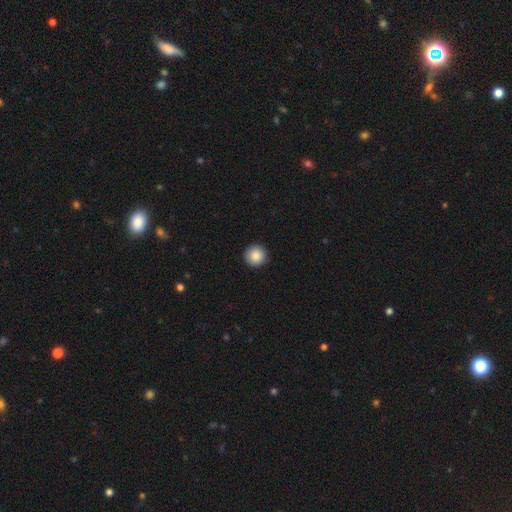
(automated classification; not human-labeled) smooth-or-featured: smooth: 87% | star or artifact: 8% | featured or disk: 5%
  how-rounded: round: 96% | in between: 3% | cigar-shaped: 1%
  merging: none: 92% | minor disturbance: 5% | major disturbance: 1% | merger: 1%